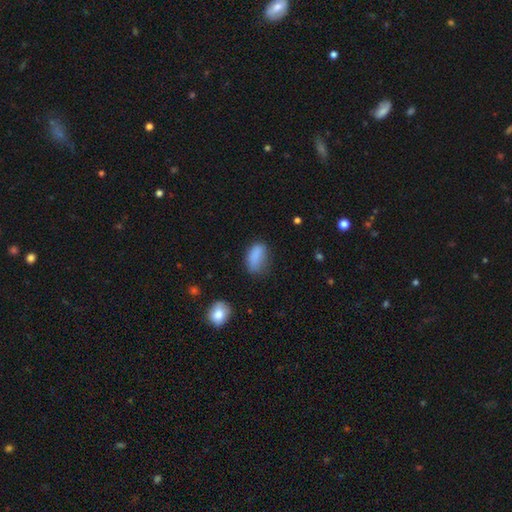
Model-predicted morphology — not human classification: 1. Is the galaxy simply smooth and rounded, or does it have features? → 83% smooth, 10% star or artifact, 7% featured or disk.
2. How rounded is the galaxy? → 87% in between, 7% round, 6% cigar-shaped.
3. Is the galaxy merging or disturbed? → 53% none, 32% minor disturbance, 12% major disturbance, 3% merger.